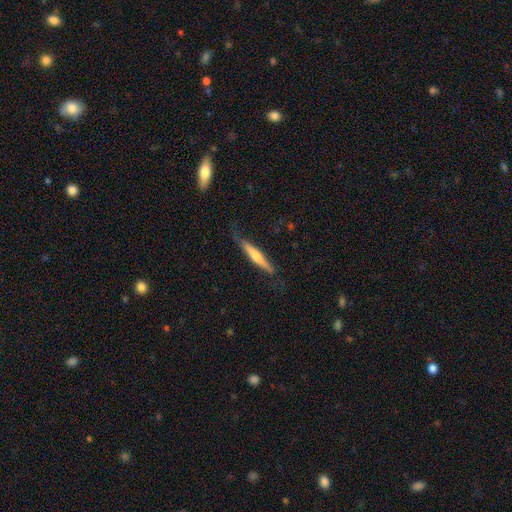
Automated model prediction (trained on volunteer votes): Q: Smooth or featured?
A: featured or disk (53%); runner-up: smooth (41%)
Q: Edge-on disk?
A: yes (95%); runner-up: no (5%)
Q: Edge-on bulge?
A: rounded (70%); runner-up: none (20%)
Q: Merging?
A: none (75%); runner-up: minor disturbance (19%)